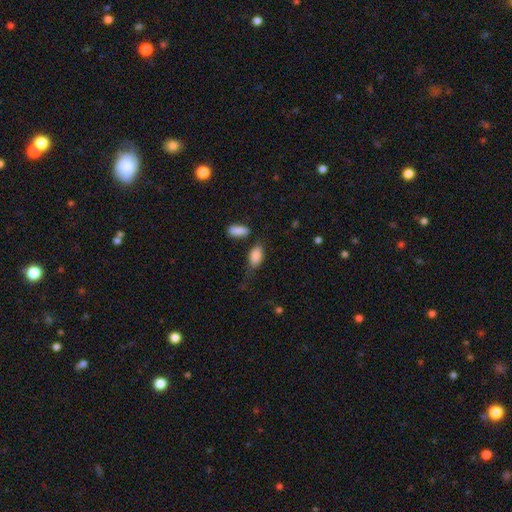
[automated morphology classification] Smooth or featured: smooth — 87% (star or artifact — 7%)
How rounded: in between — 90% (cigar-shaped — 5%)
Merging: none — 58% (minor disturbance — 25%)